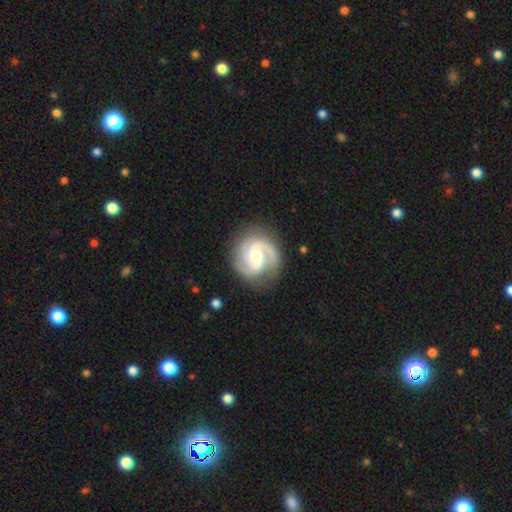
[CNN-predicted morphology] type=featured or disk (91%); edge-on=no (98%); bar=no (48%); spiral arms=yes (98%); winding=medium (52%); arm count=2 (45%); bulge=moderate (52%); merging=none (82%).